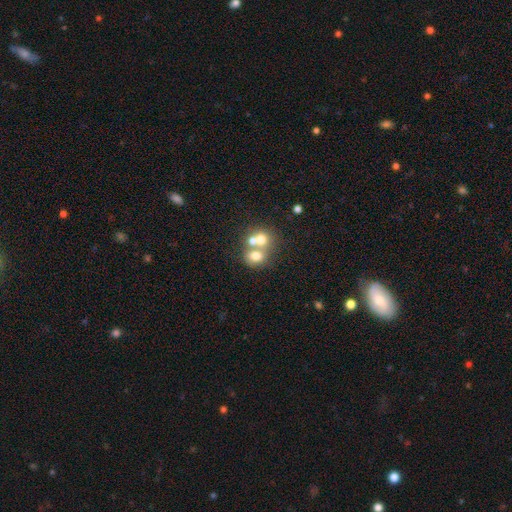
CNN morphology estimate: Smooth or featured?
  - smooth: 64% *
  - featured or disk: 24%
  - star or artifact: 13%
How rounded?
  - round: 69% *
  - in between: 30%
  - cigar-shaped: 1%
Merging?
  - merger: 61% *
  - none: 29%
  - minor disturbance: 6%
  - major disturbance: 4%